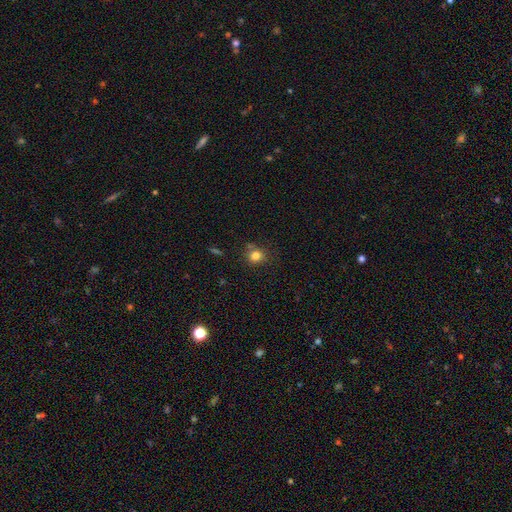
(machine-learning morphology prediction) Smooth or featured? smooth (81%)
How rounded? round (83%)
Merging? none (74%)